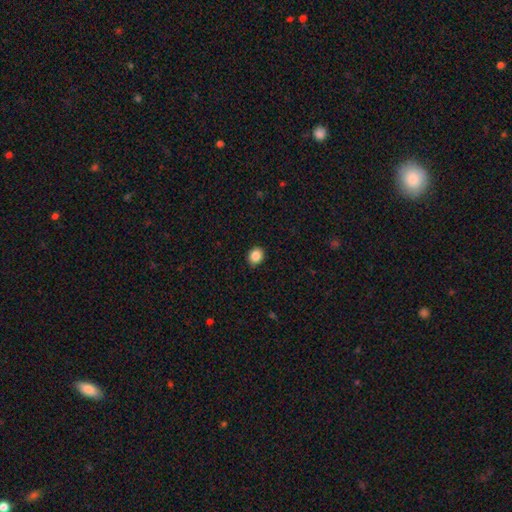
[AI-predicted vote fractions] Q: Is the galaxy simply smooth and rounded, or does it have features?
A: smooth — 87%.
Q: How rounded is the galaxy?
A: round — 61%.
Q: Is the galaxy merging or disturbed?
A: none — 91%.